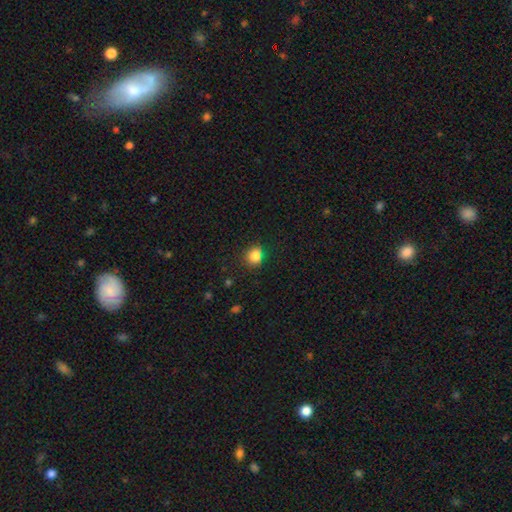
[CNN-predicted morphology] Smooth or featured?
  - smooth: 84% *
  - star or artifact: 12%
  - featured or disk: 4%
How rounded?
  - round: 77% *
  - in between: 22%
  - cigar-shaped: 1%
Merging?
  - none: 79% *
  - minor disturbance: 15%
  - major disturbance: 4%
  - merger: 3%